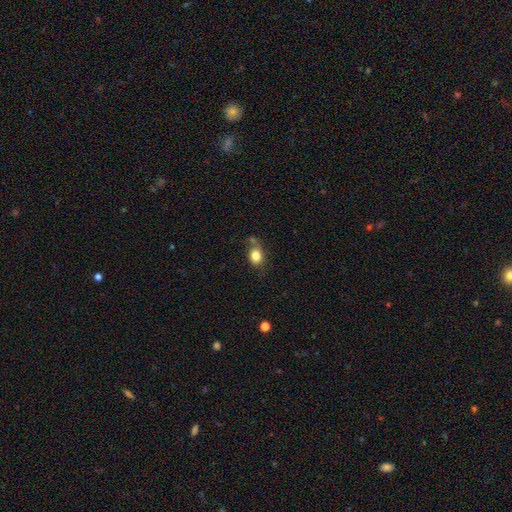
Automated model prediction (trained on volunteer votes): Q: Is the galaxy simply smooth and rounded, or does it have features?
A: smooth — 81%.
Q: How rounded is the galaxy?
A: in between — 60%.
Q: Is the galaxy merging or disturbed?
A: none — 58%.